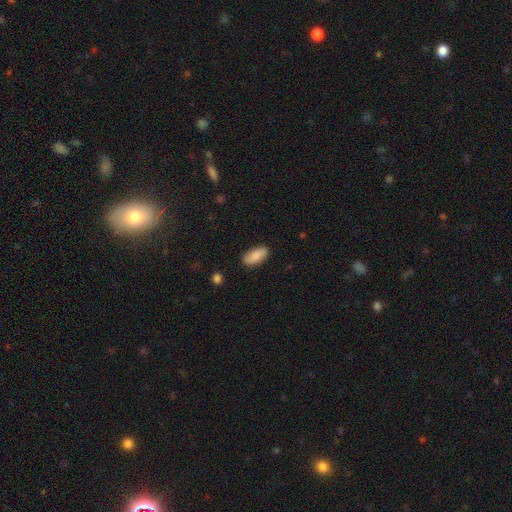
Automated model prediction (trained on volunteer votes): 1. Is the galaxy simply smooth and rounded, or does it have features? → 85% smooth, 9% featured or disk, 6% star or artifact.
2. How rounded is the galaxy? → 88% in between, 10% cigar-shaped, 2% round.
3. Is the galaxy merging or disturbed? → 85% none, 12% minor disturbance, 2% major disturbance, 1% merger.